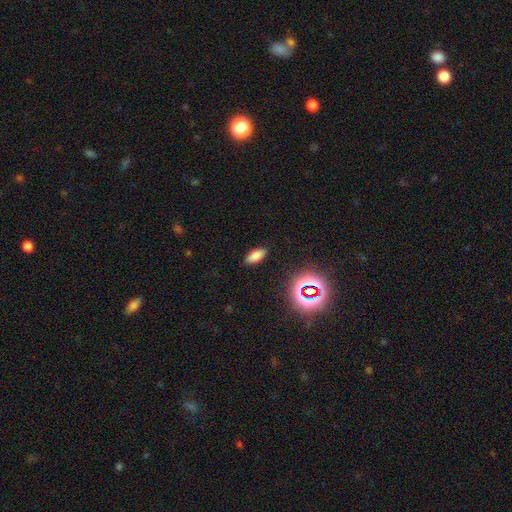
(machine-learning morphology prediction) smooth 77%, star or artifact 16%, featured or disk 7%. Down the decision tree: how rounded — in between (85%); merging — none (88%).